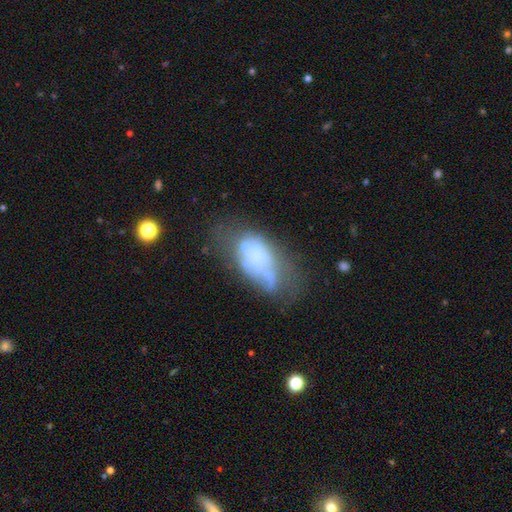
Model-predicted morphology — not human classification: Overall: featured or disk (49%; smooth 39%). Merging: none (32%; major disturbance 30%).